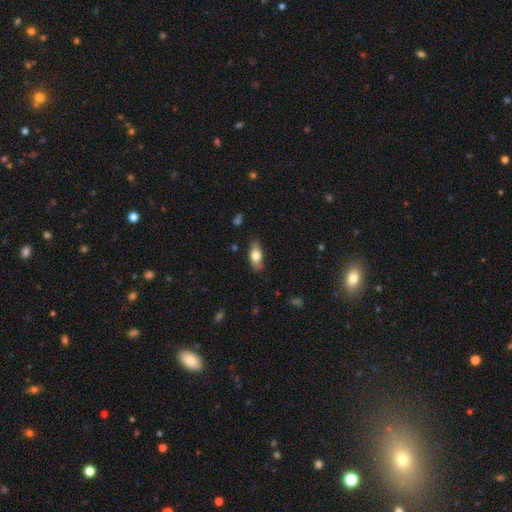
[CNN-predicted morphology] Q: Smooth or featured?
A: smooth (72%); runner-up: featured or disk (22%)
Q: How rounded?
A: in between (80%); runner-up: cigar-shaped (17%)
Q: Merging?
A: none (82%); runner-up: minor disturbance (14%)